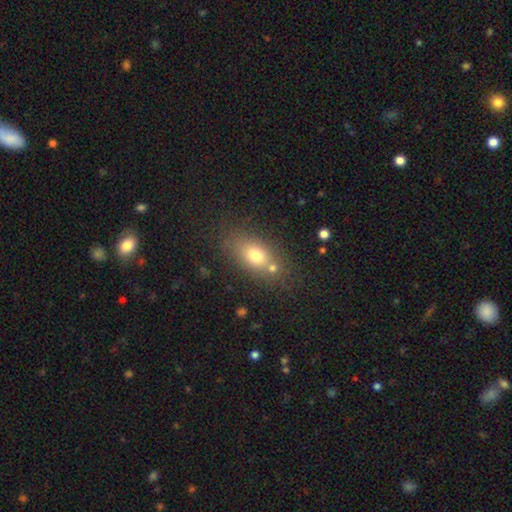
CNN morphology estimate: Q: Smooth or featured?
A: smooth (71%); runner-up: featured or disk (17%)
Q: How rounded?
A: in between (71%); runner-up: round (23%)
Q: Merging?
A: none (59%); runner-up: merger (23%)